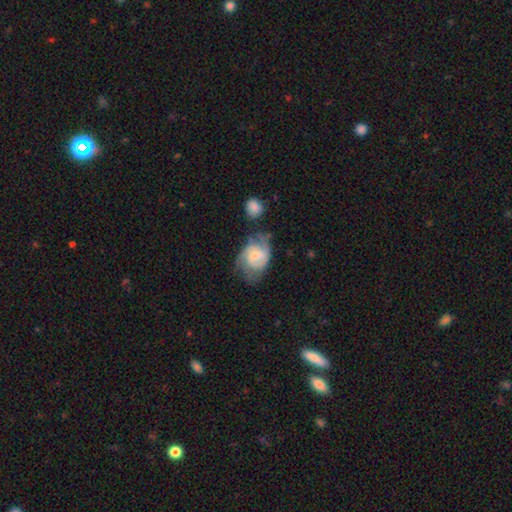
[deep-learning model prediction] smooth-or-featured: featured or disk: 66% | smooth: 28% | star or artifact: 6%
  disk-edge-on: no: 97% | yes: 3%
    bar: no: 49% | weak: 44% | strong: 7%
    has-spiral-arms: yes: 88% | no: 12%
      spiral-winding: medium: 46% | tight: 38% | loose: 16%
      spiral-arm-count: 2: 56% | can't tell: 23% | 3: 12% | 1: 5% | 4: 2% | more than 4: 2%
    bulge-size: small: 50% | moderate: 38% | none: 6% | large: 5% | dominant: 1%
  merging: none: 42% | minor disturbance: 29% | major disturbance: 21% | merger: 8%